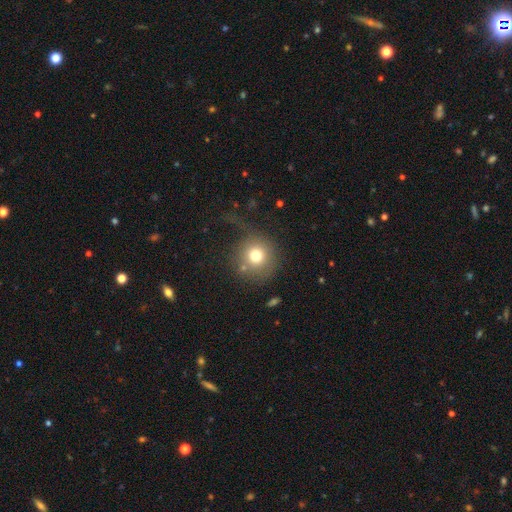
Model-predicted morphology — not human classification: Smooth or featured? smooth (73%)
How rounded? round (93%)
Merging? none (57%)